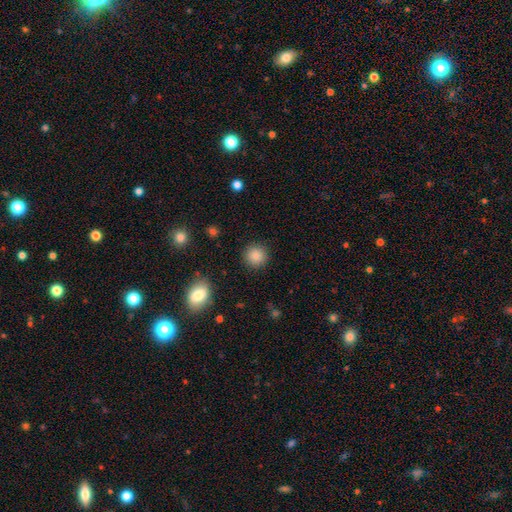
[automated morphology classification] Smooth or featured? smooth (84%)
How rounded? round (94%)
Merging? none (90%)